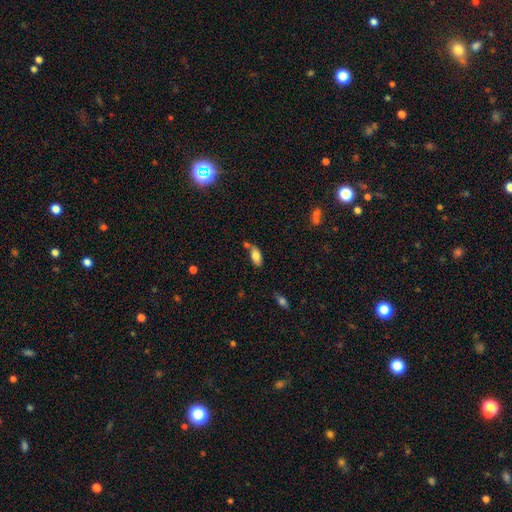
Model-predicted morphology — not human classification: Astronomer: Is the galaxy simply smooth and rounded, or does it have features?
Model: smooth — 79%.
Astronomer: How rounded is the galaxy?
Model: in between — 89%.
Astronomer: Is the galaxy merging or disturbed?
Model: none — 56%.